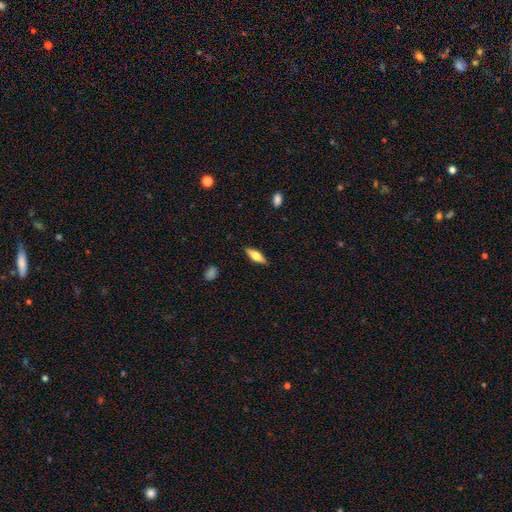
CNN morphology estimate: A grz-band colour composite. It shows a smooth galaxy with no disk features (61%) that is in between round and cigar-shaped (58%). Merging: none (87%).